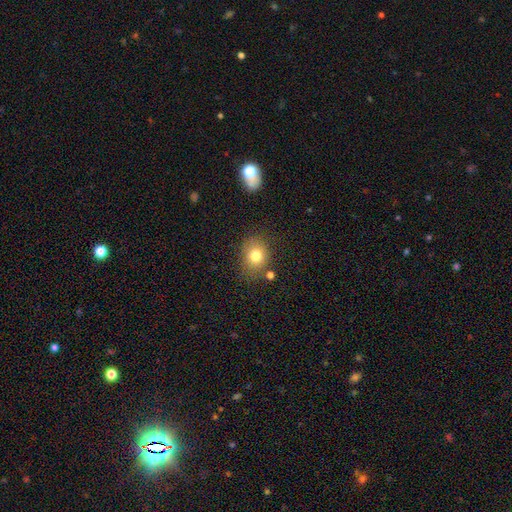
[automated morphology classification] type=smooth (78%); roundness=round (52%); merging=none (75%).